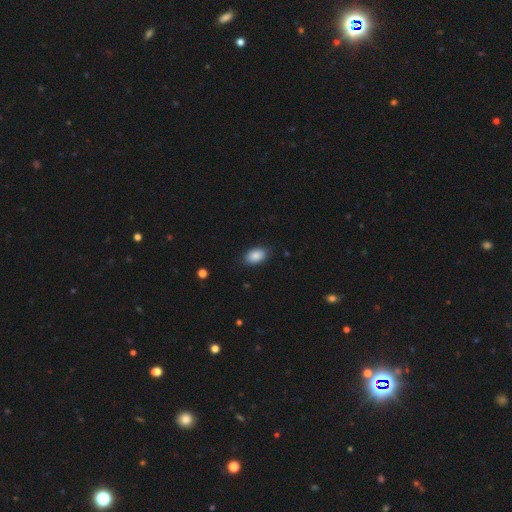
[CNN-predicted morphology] Smooth or featured? smooth (89%)
How rounded? in between (92%)
Merging? none (86%)